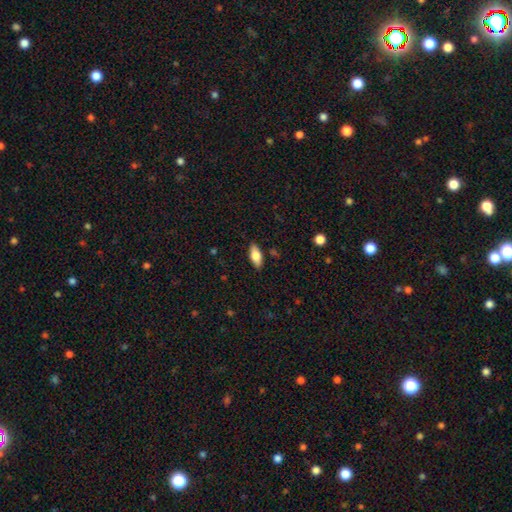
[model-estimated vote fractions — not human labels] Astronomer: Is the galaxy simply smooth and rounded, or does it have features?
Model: smooth — 73%.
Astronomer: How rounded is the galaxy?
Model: in between — 83%.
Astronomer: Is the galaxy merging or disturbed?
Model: none — 87%.